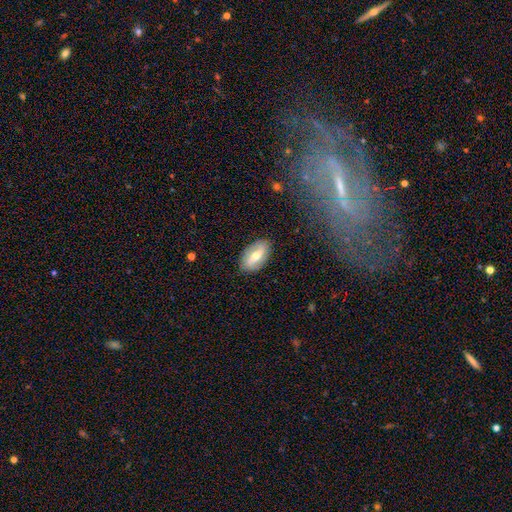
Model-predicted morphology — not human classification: smooth_or_featured: featured or disk (p=0.53) [alt: smooth p=0.41]
disk_edge_on: no (p=0.86) [alt: yes p=0.14]
merging: none (p=0.86) [alt: minor disturbance p=0.10]